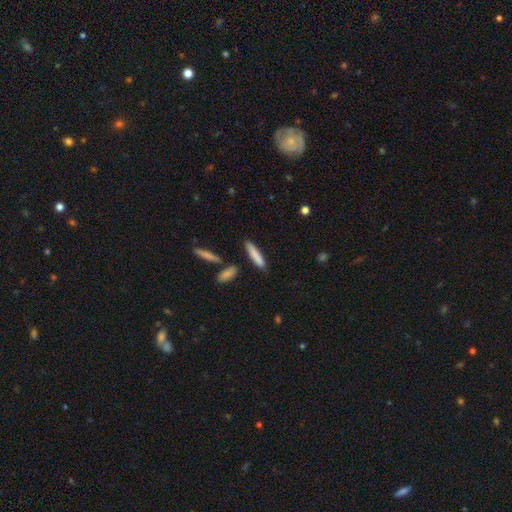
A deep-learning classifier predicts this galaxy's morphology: Smooth or featured? Predicted: smooth (p=0.81). How rounded? Predicted: cigar-shaped (p=0.84). Merging? Predicted: none (p=0.82).